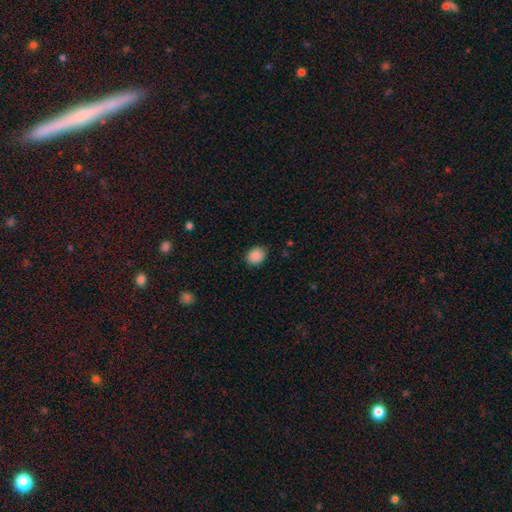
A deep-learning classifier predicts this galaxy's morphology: smooth-or-featured: smooth: 89% | star or artifact: 8% | featured or disk: 3%
  how-rounded: in between: 50% | round: 49% | cigar-shaped: 1%
  merging: none: 86% | minor disturbance: 11% | major disturbance: 2% | merger: 1%